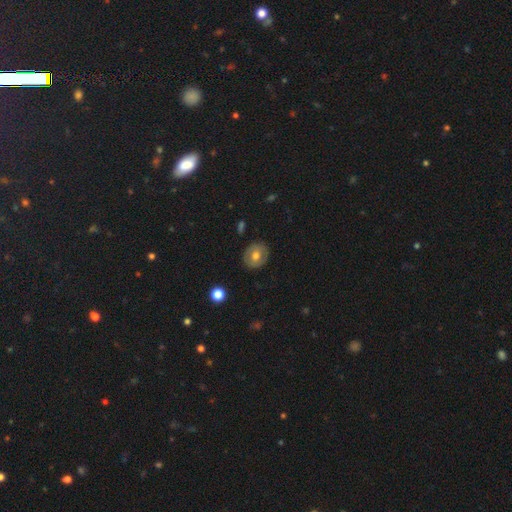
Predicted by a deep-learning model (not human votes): Smooth or featured? Predicted: smooth (p=0.62). How rounded? Predicted: round (p=0.76). Merging? Predicted: none (p=0.86).